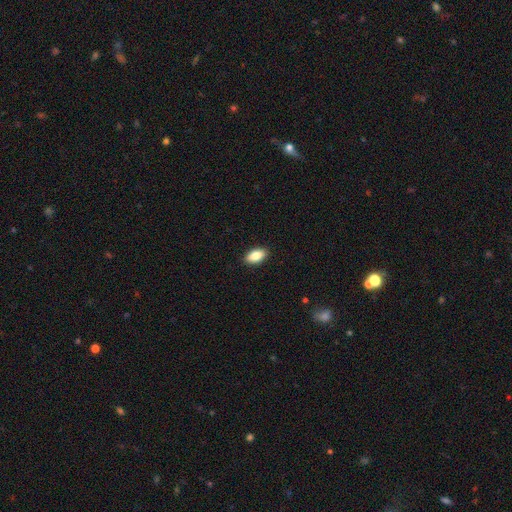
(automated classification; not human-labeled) Smooth or featured? smooth (85%)
How rounded? in between (91%)
Merging? none (90%)